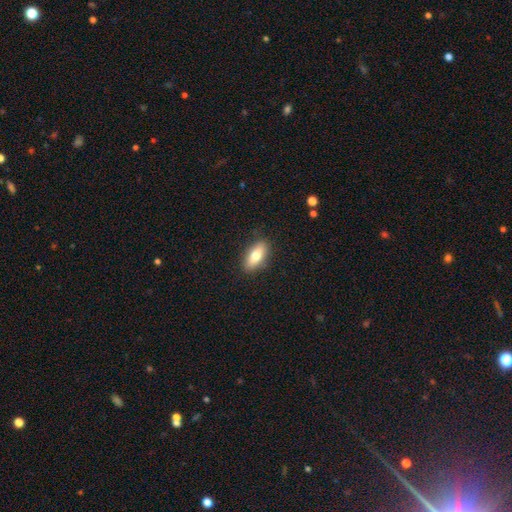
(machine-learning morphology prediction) This appears to be a smooth galaxy with no disk features (75%) that is in between round and cigar-shaped (82%). Merging: none (87%).